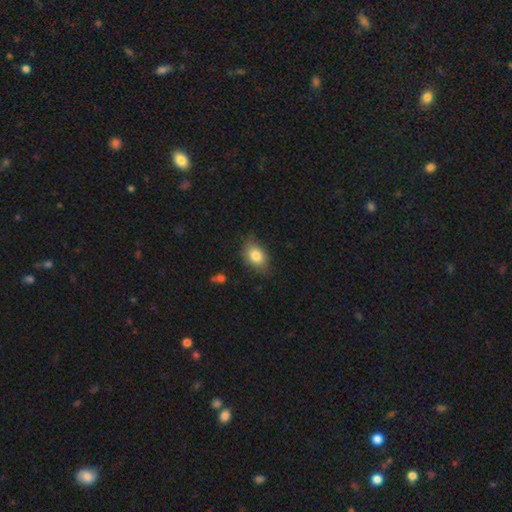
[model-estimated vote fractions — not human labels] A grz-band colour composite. It shows a smooth galaxy with no disk features (82%) that is in between round and cigar-shaped (80%). Merging: none (75%).